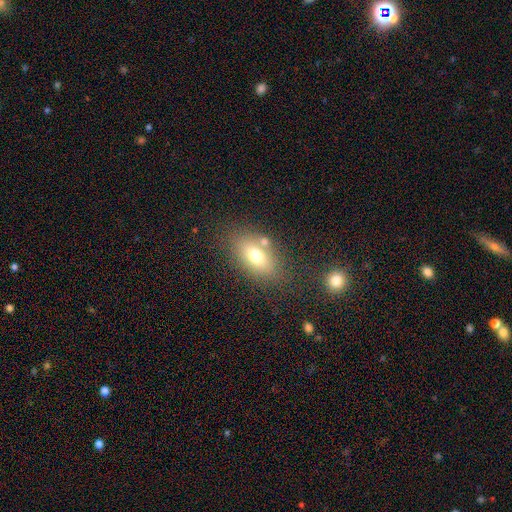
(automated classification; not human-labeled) The model was most divided on "smooth or featured": smooth: 71%, featured or disk: 18%, star or artifact: 11%. More confident: how rounded — in between (86%); merging — none (70%).